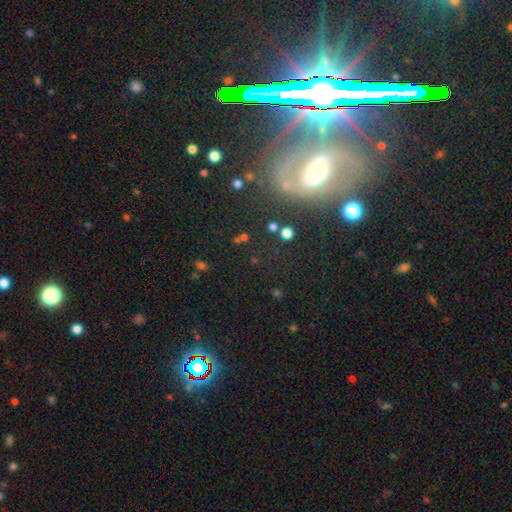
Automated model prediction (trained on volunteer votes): The model was most divided on "smooth or featured": featured or disk: 44%, star or artifact: 39%, smooth: 17%. More confident: merging — none (56%).